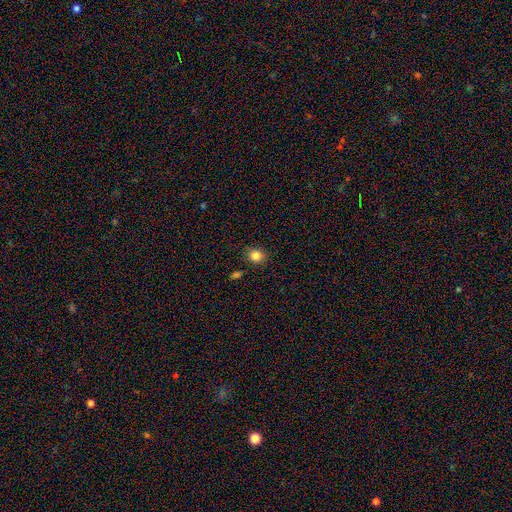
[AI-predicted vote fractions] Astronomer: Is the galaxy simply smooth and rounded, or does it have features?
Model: smooth — 85%.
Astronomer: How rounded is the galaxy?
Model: round — 77%.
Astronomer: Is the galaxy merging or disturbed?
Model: none — 83%.